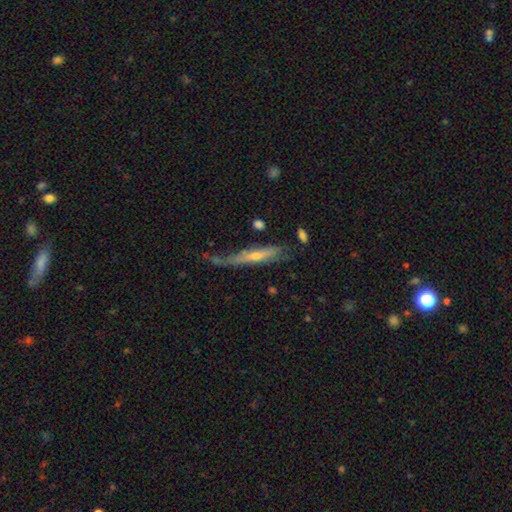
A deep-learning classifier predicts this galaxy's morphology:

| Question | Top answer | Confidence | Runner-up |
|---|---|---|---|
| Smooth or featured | featured or disk | 54% | smooth (39%) |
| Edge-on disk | yes | 81% | no (19%) |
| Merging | none | 48% | minor disturbance (29%) |